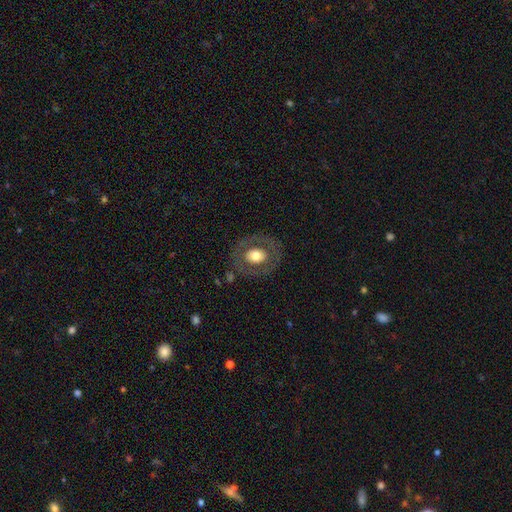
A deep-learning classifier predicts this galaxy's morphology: Smooth or featured? smooth (51%)
How rounded? round (52%)
Merging? none (81%)